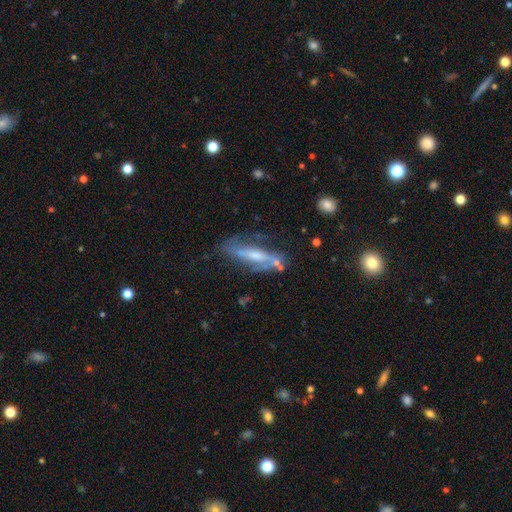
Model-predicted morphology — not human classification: The model was most divided on "edge-on disk": no: 56%, yes: 44%. More confident: smooth or featured — featured or disk (68%); merging — none (57%).